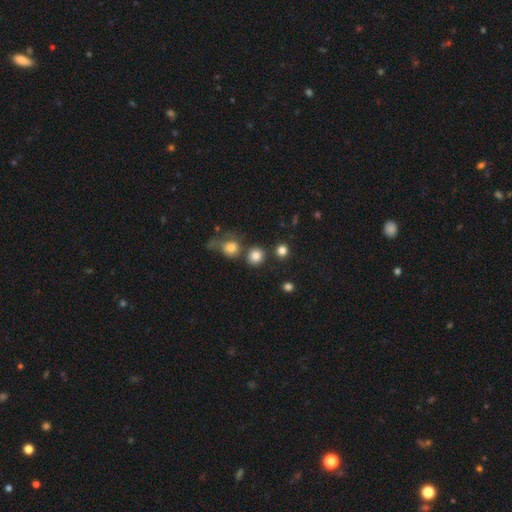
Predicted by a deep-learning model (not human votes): smooth_or_featured: smooth (p=0.83) [alt: star or artifact p=0.11]
how_rounded: round (p=0.86) [alt: in between p=0.13]
merging: none (p=0.72) [alt: merger p=0.15]